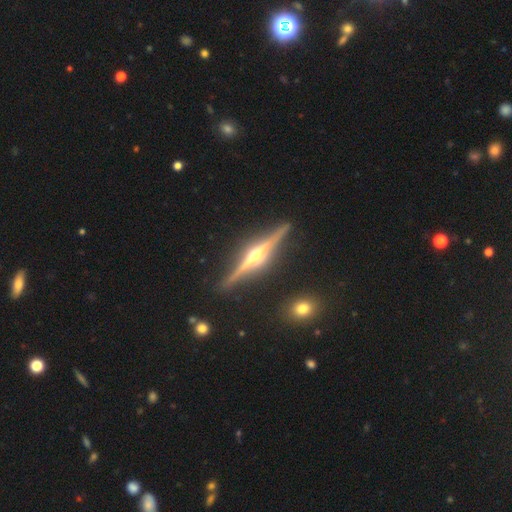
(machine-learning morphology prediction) featured or disk 89%, smooth 6%, star or artifact 5%. Down the decision tree: edge-on disk — yes (98%); edge-on bulge — rounded (94%); merging — none (89%).